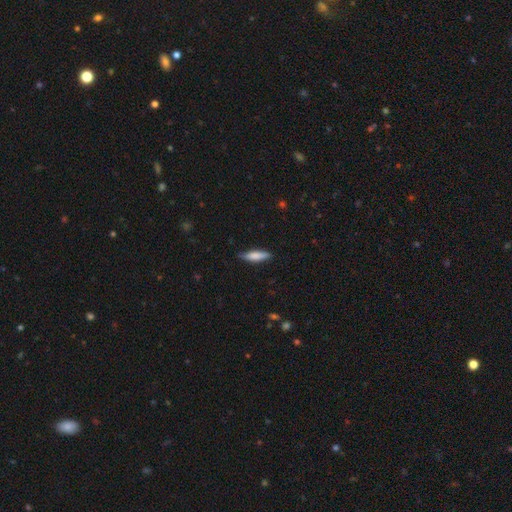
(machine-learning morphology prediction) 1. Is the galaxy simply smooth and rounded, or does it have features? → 71% smooth, 23% featured or disk, 6% star or artifact.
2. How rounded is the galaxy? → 73% cigar-shaped, 25% in between, 2% round.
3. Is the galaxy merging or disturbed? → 84% none, 13% minor disturbance, 2% major disturbance, 1% merger.